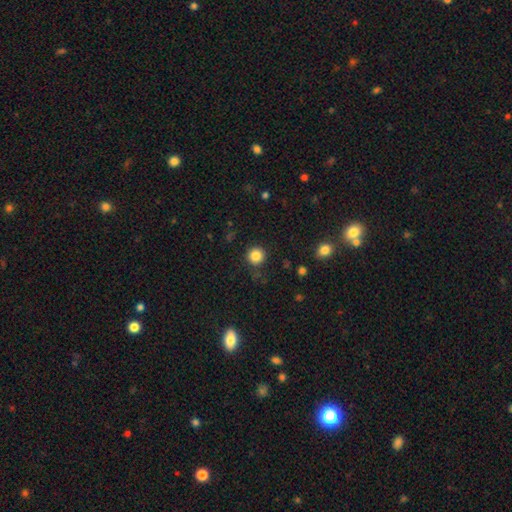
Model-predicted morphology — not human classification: Smooth or featured?
  - smooth: 85% *
  - star or artifact: 11%
  - featured or disk: 4%
How rounded?
  - round: 95% *
  - in between: 5%
  - cigar-shaped: 1%
Merging?
  - none: 88% *
  - minor disturbance: 8%
  - major disturbance: 3%
  - merger: 2%